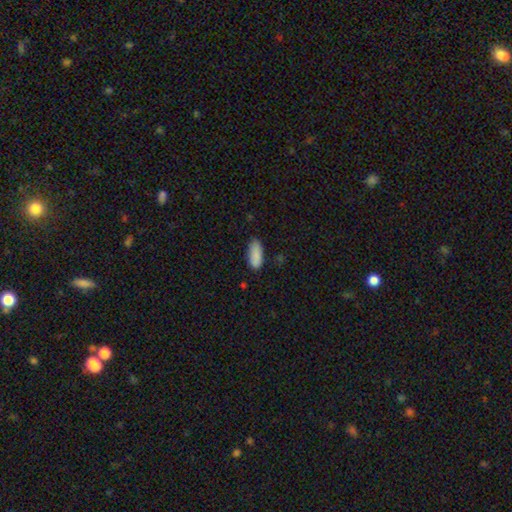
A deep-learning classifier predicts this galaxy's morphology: Smooth or featured?
  - smooth: 88% *
  - star or artifact: 7%
  - featured or disk: 5%
How rounded?
  - in between: 80% *
  - cigar-shaped: 19%
  - round: 2%
Merging?
  - none: 77% *
  - minor disturbance: 18%
  - major disturbance: 3%
  - merger: 2%